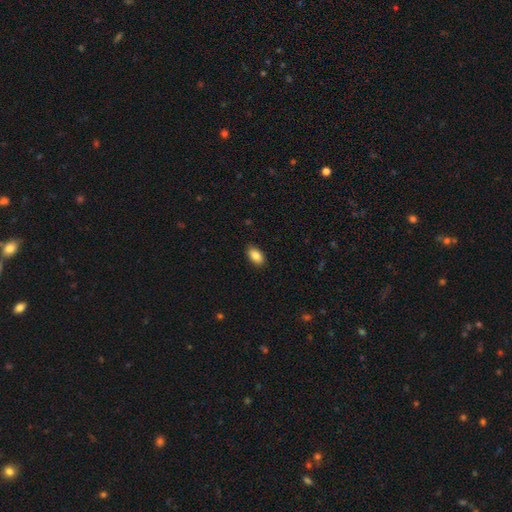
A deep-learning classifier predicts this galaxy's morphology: Q: Smooth or featured?
A: smooth (87%); runner-up: star or artifact (7%)
Q: How rounded?
A: in between (92%); runner-up: round (6%)
Q: Merging?
A: none (88%); runner-up: minor disturbance (9%)